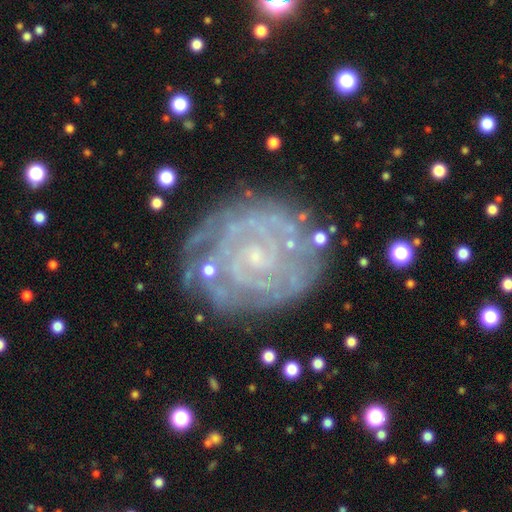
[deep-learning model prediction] This appears to be a featured or disk galaxy (86%) with no bar (69%), tight (83%) spiral arms (95%) and a small central bulge (81%). Merging: none (75%).